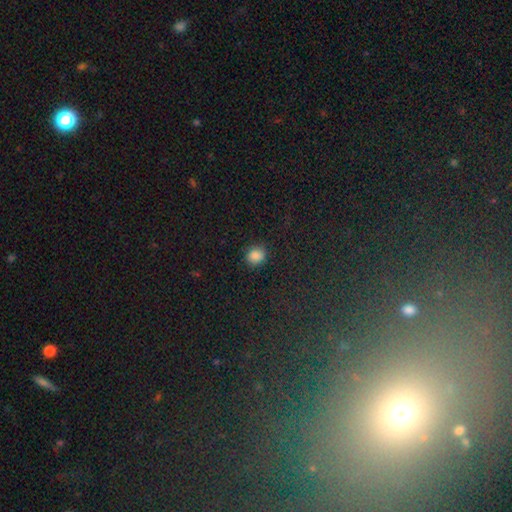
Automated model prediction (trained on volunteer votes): The model was most divided on "how rounded": round: 70%, in between: 28%, cigar-shaped: 1%. More confident: smooth or featured — smooth (84%); merging — none (81%).